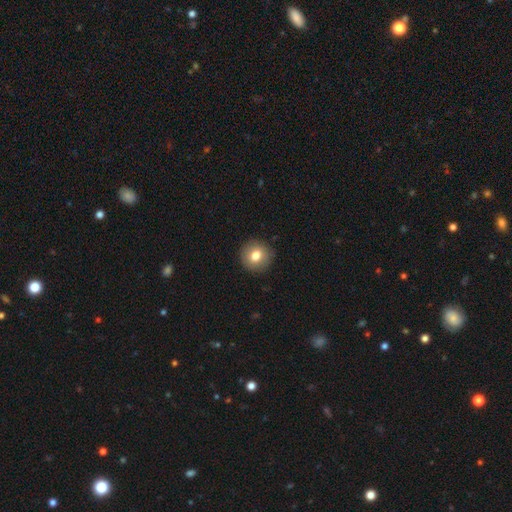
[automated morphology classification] Smooth or featured: smooth — 78% (featured or disk — 13%)
How rounded: round — 92% (in between — 7%)
Merging: none — 91% (minor disturbance — 6%)